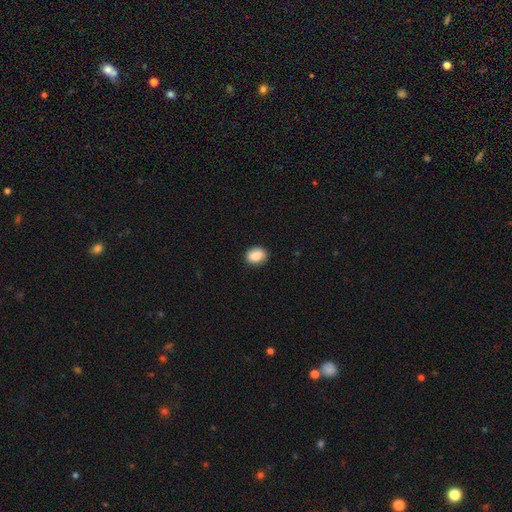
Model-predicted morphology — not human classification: Smooth or featured: smooth — 85% (star or artifact — 8%)
How rounded: round — 50% (in between — 49%)
Merging: none — 85% (minor disturbance — 12%)